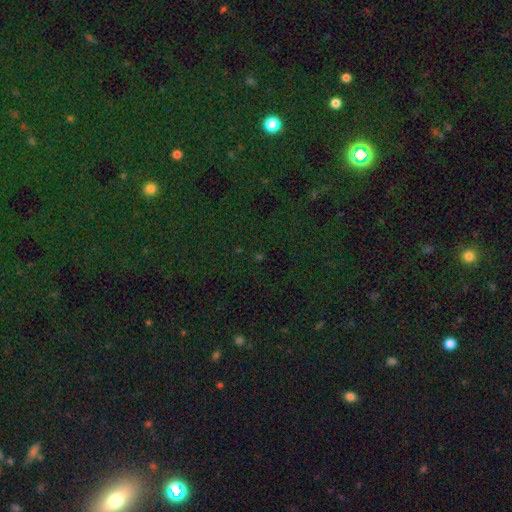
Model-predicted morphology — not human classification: Smooth or featured? star or artifact (78%)